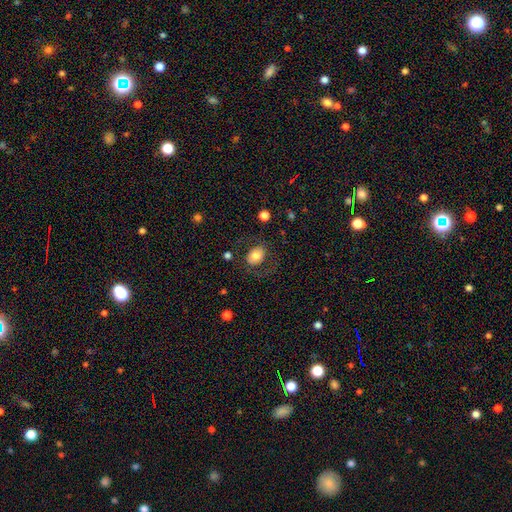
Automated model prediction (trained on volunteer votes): Smooth or featured?
  - smooth: 70% *
  - featured or disk: 22%
  - star or artifact: 8%
How rounded?
  - in between: 61% *
  - round: 38%
  - cigar-shaped: 1%
Merging?
  - none: 73% *
  - minor disturbance: 14%
  - major disturbance: 12%
  - merger: 2%